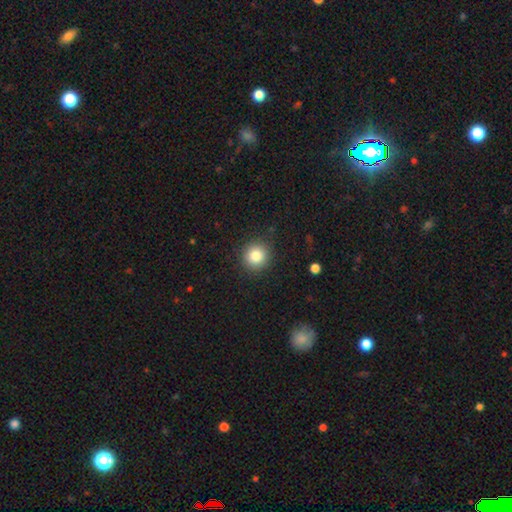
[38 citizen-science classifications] smooth-or-featured: smooth: 84% | featured or disk: 8% | star or artifact: 8%
  how-rounded: round: 97% | in between: 3% | cigar-shaped: 0%
  merging: none: 94% | minor disturbance: 6% | major disturbance: 0% | merger: 0%